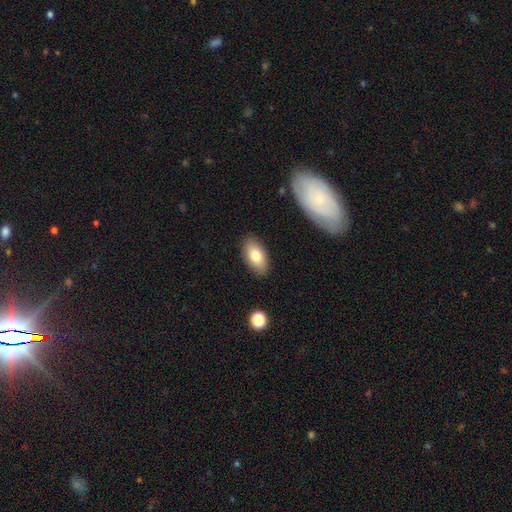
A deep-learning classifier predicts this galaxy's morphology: A smooth galaxy with no disk features (78%) that is in between round and cigar-shaped (92%).

Vote fractions:
- Smooth or featured? smooth: 78% / featured or disk: 15% / star or artifact: 7%
- How rounded? in between: 92% / round: 5% / cigar-shaped: 3%
- Merging? none: 86% / minor disturbance: 10% / major disturbance: 2% / merger: 2%